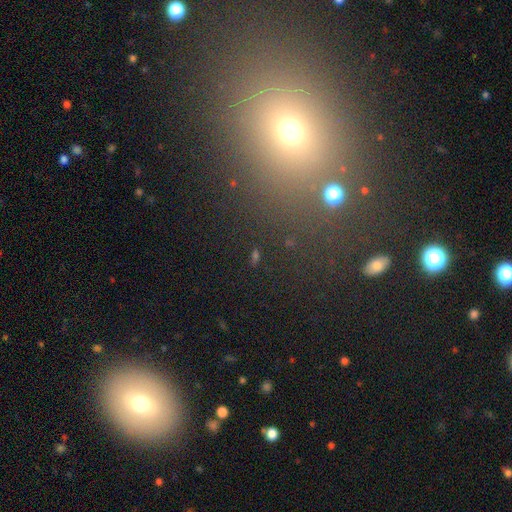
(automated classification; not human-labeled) A star or artifact, not a galaxy (50%).

Vote fractions:
- Smooth or featured? star or artifact: 50% / smooth: 37% / featured or disk: 13%